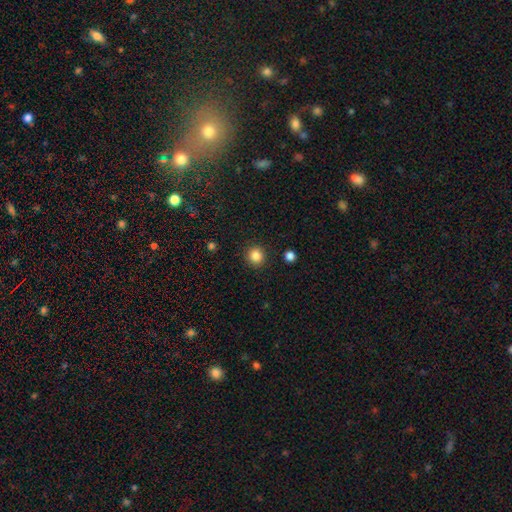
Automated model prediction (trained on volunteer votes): This appears to be a smooth galaxy with no disk features (86%) that is round (91%). Merging: none (91%).